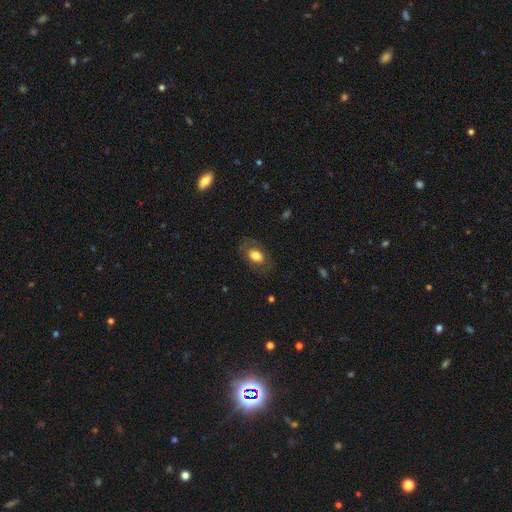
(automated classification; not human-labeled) A smooth galaxy with no disk features (72%) that is in between round and cigar-shaped (85%). Merging: none (76%).